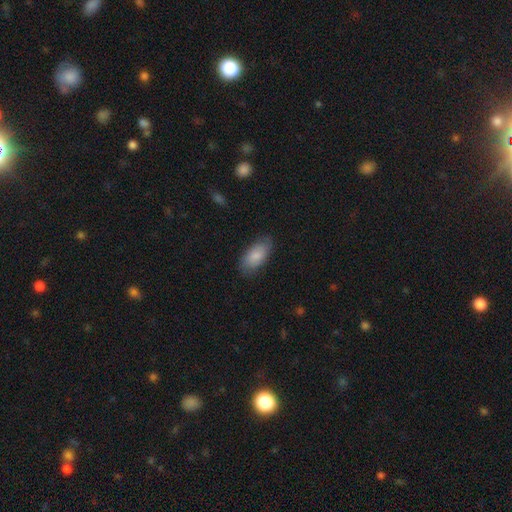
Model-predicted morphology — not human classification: smooth_or_featured: smooth (p=0.80) [alt: featured or disk p=0.14]
how_rounded: in between (p=0.92) [alt: cigar-shaped p=0.05]
merging: none (p=0.78) [alt: minor disturbance p=0.17]